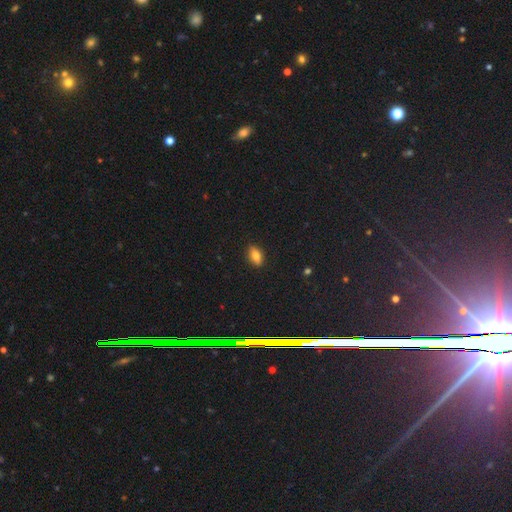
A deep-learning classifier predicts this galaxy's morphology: smooth-or-featured: smooth: 77% | featured or disk: 14% | star or artifact: 9%
  how-rounded: in between: 86% | cigar-shaped: 8% | round: 6%
  merging: none: 88% | minor disturbance: 9% | major disturbance: 2% | merger: 1%